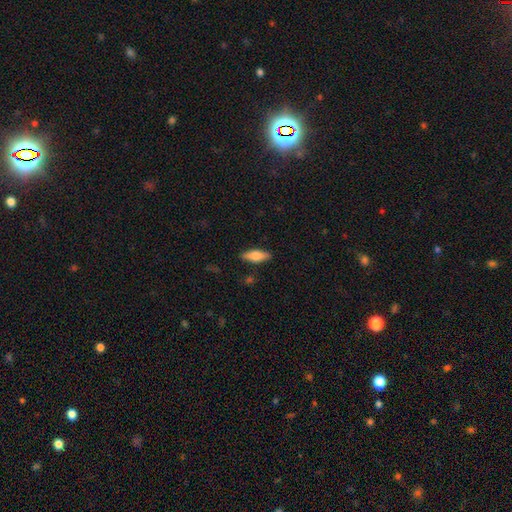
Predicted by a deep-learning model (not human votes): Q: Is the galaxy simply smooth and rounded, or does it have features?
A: smooth — 68%.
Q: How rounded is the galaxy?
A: in between — 62%.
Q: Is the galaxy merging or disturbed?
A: none — 87%.